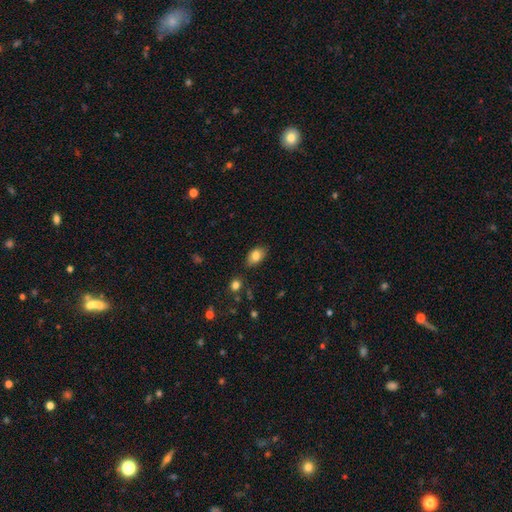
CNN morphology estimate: This is clearly a smooth galaxy (83%). How rounded: clearly in between (87%). Merging: clearly none (80%).